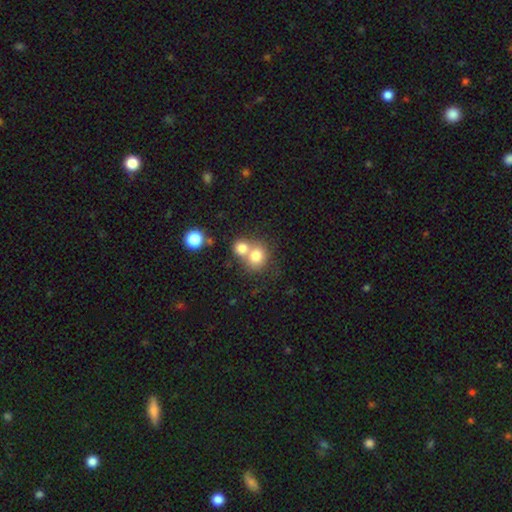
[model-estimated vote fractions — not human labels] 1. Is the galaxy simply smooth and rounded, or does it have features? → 77% smooth, 12% featured or disk, 11% star or artifact.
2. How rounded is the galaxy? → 74% round, 25% in between, 1% cigar-shaped.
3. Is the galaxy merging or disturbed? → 58% merger, 33% none, 6% minor disturbance, 3% major disturbance.